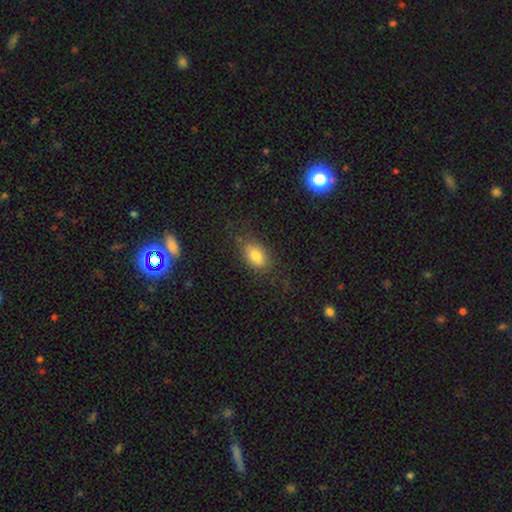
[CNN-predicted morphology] This is likely a smooth galaxy (77%). How rounded: clearly in between (85%). Merging: likely none (73%).